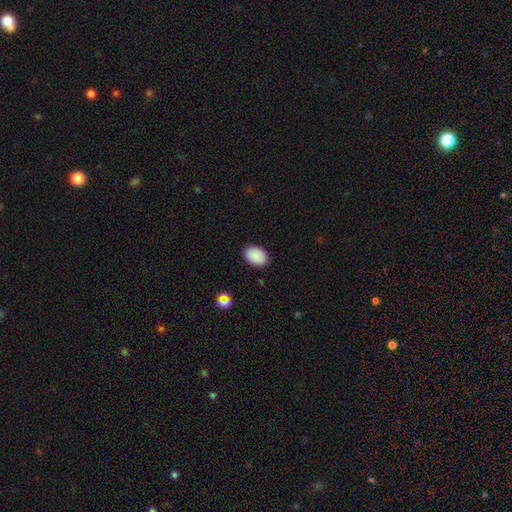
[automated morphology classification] Smooth or featured? Predicted: smooth (p=0.89). How rounded? Predicted: in between (p=0.84). Merging? Predicted: none (p=0.88).